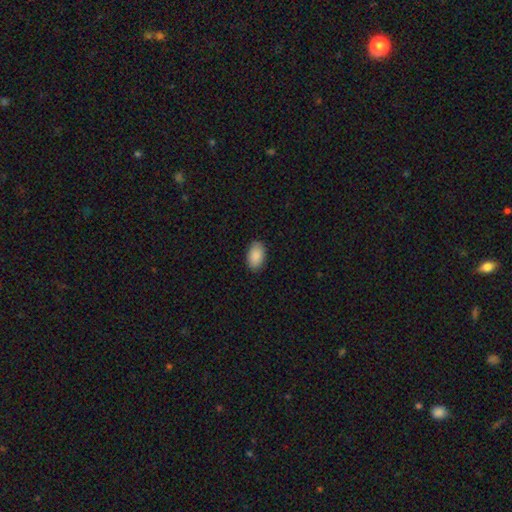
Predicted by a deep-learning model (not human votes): A smooth galaxy with no disk features (90%) that is in between round and cigar-shaped (93%).

Vote fractions:
- Smooth or featured? smooth: 90% / star or artifact: 6% / featured or disk: 3%
- How rounded? in between: 93% / round: 6% / cigar-shaped: 1%
- Merging? none: 88% / minor disturbance: 9% / major disturbance: 2% / merger: 1%